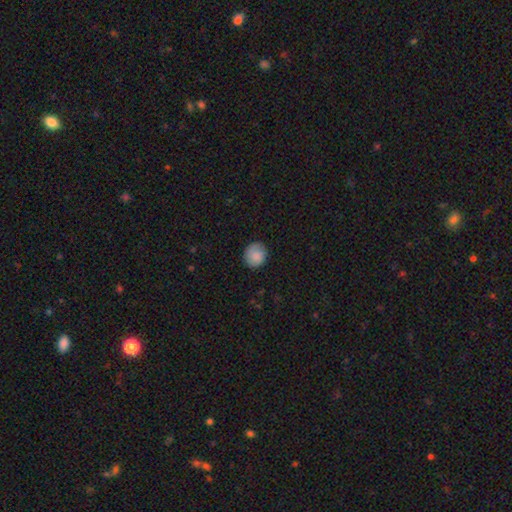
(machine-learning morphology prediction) Smooth or featured? smooth (87%)
How rounded? round (82%)
Merging? none (81%)